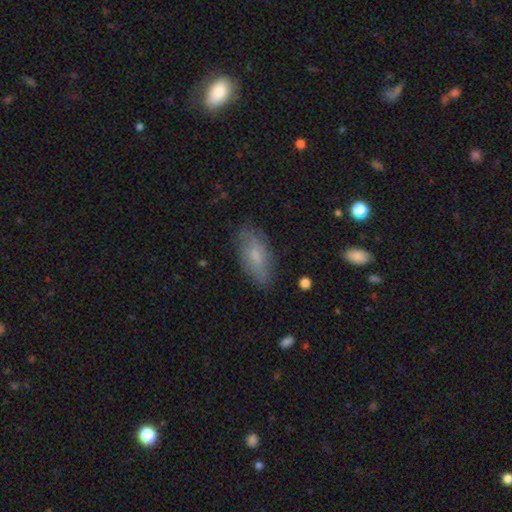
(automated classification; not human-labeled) Smooth or featured? Predicted: smooth (p=0.67). How rounded? Predicted: in between (p=0.82). Merging? Predicted: none (p=0.79).